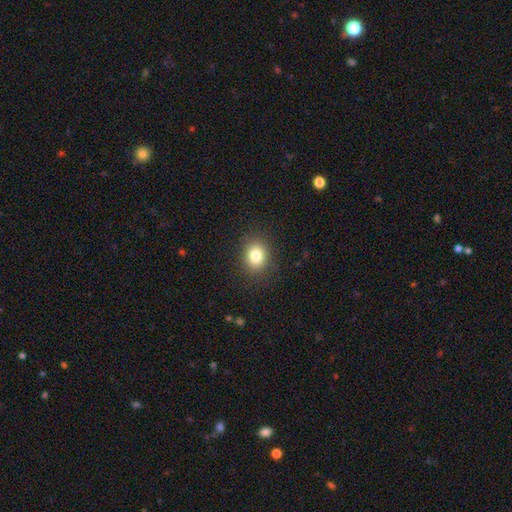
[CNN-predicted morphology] This is clearly a smooth galaxy (82%). How rounded: possibly round (58%). Merging: clearly none (87%).